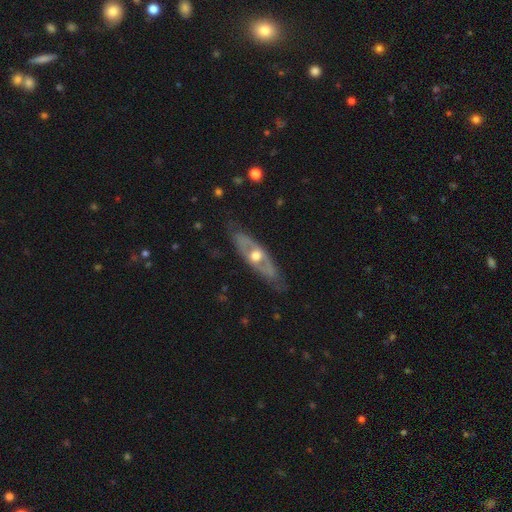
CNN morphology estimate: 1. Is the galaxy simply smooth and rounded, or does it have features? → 68% featured or disk, 28% smooth, 5% star or artifact.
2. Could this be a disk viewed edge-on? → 60% no, 40% yes.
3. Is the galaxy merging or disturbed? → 78% none, 15% minor disturbance, 5% major disturbance, 1% merger.